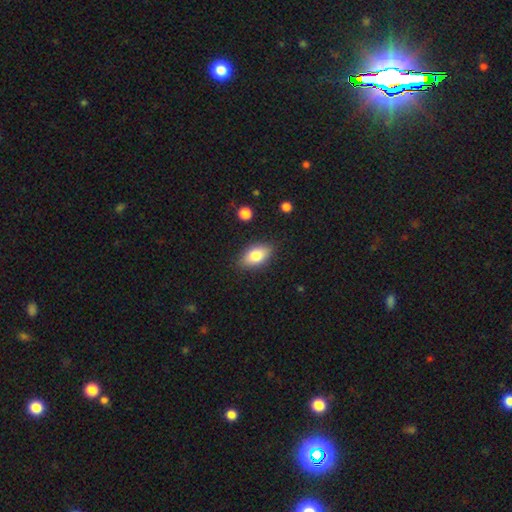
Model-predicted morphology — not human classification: Smooth or featured?
  - smooth: 80% *
  - featured or disk: 13%
  - star or artifact: 7%
How rounded?
  - in between: 90% *
  - round: 6%
  - cigar-shaped: 4%
Merging?
  - none: 85% *
  - minor disturbance: 11%
  - major disturbance: 3%
  - merger: 1%